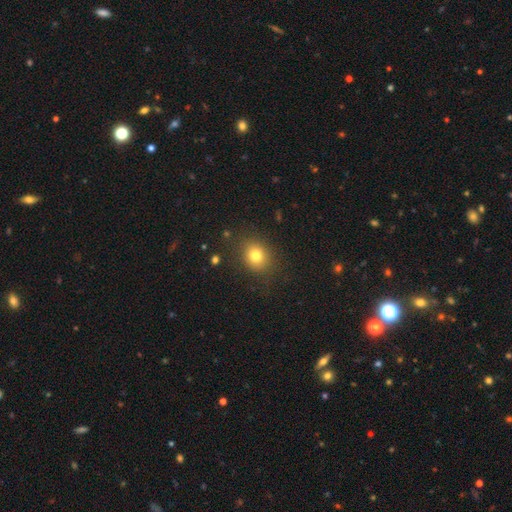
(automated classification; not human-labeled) This appears to be a smooth galaxy with no disk features (80%) that is round (67%). Merging: none (84%).